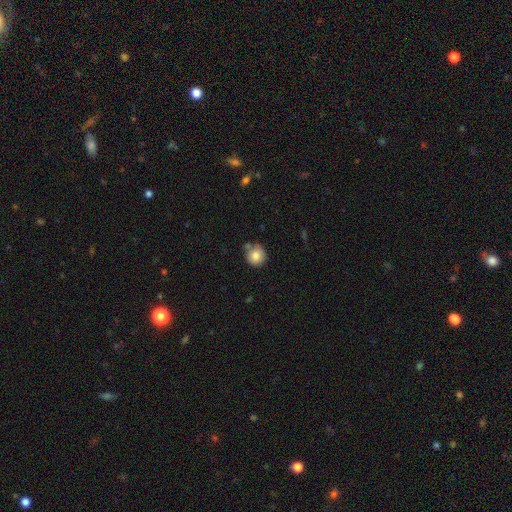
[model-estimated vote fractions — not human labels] Smooth or featured: smooth — 79% (featured or disk — 12%)
How rounded: round — 92% (in between — 7%)
Merging: none — 69% (minor disturbance — 18%)